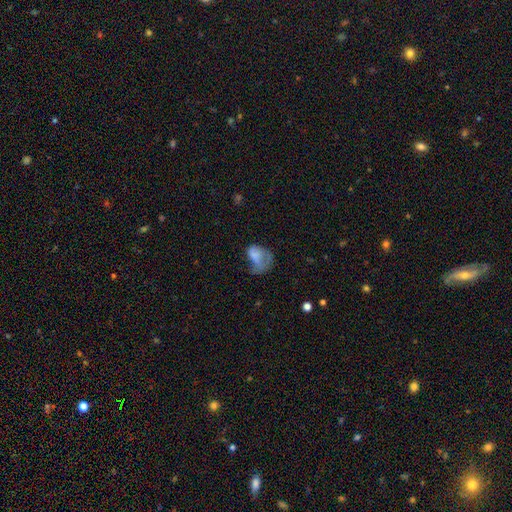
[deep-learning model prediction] The model was most divided on "merging": major disturbance: 52%, minor disturbance: 25%, none: 19%, merger: 4%. More confident: how rounded — in between (77%); smooth or featured — smooth (63%).